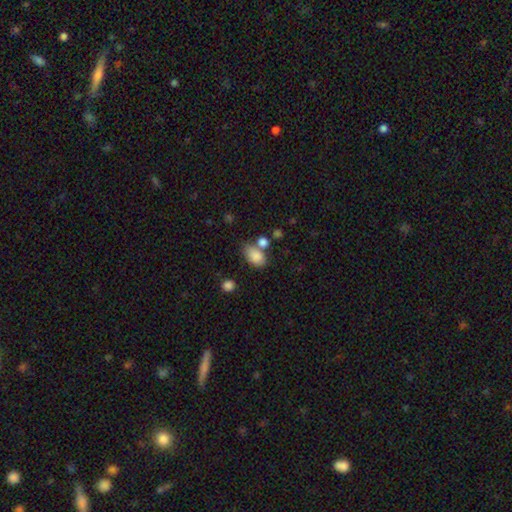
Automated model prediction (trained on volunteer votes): Smooth or featured?
  - smooth: 84% *
  - star or artifact: 9%
  - featured or disk: 7%
How rounded?
  - in between: 88% *
  - round: 11%
  - cigar-shaped: 2%
Merging?
  - none: 54% *
  - merger: 23%
  - minor disturbance: 17%
  - major disturbance: 6%